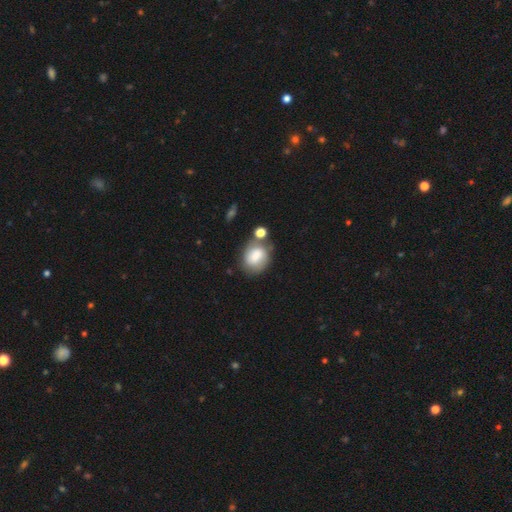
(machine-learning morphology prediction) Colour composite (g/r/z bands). It shows a smooth galaxy with no disk features (69%) that is in between round and cigar-shaped (55%). Merging: none (51%).